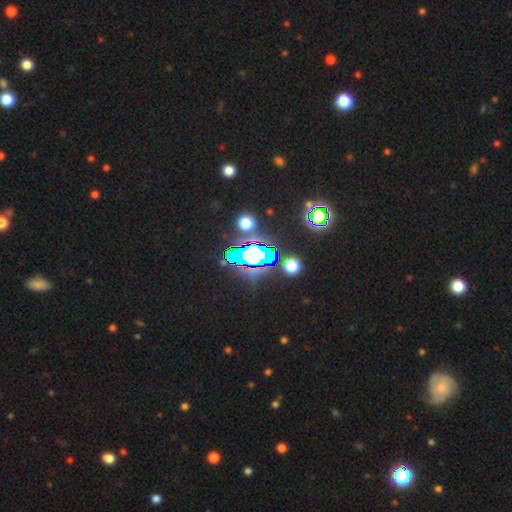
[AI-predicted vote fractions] A star or artifact, not a galaxy (65%).